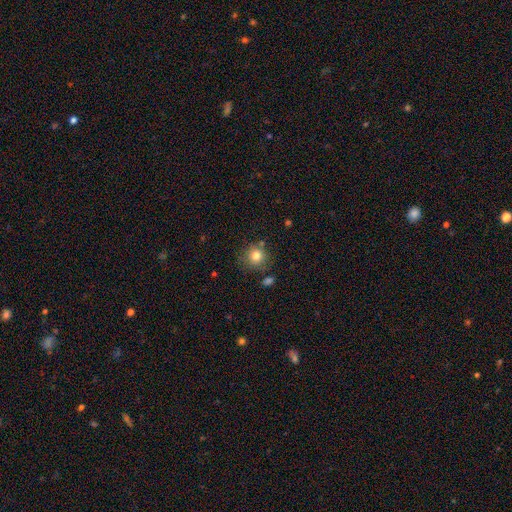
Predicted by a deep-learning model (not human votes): smooth-or-featured: smooth: 79% | star or artifact: 12% | featured or disk: 9%
  how-rounded: round: 91% | in between: 8% | cigar-shaped: 1%
  merging: none: 78% | minor disturbance: 12% | merger: 6% | major disturbance: 3%